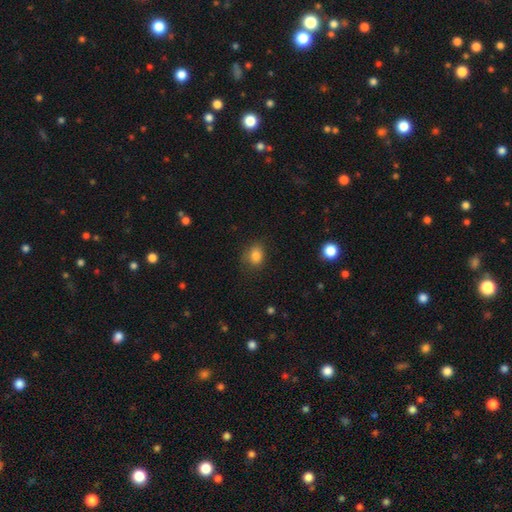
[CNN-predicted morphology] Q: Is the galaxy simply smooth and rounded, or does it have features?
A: smooth — 84%.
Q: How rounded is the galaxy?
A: in between — 53%.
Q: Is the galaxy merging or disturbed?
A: none — 74%.